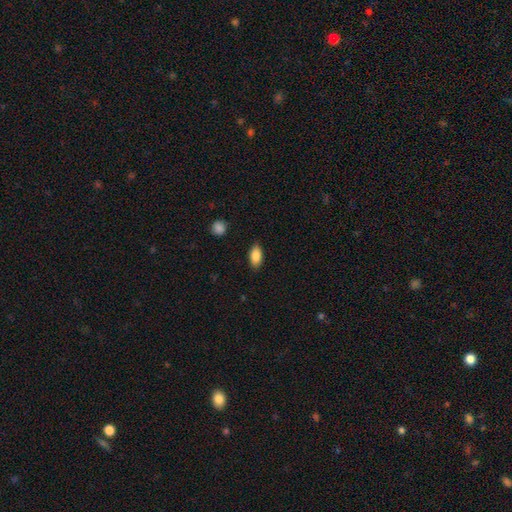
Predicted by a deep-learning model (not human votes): smooth-or-featured: smooth: 87% | star or artifact: 7% | featured or disk: 6%
  how-rounded: in between: 91% | cigar-shaped: 6% | round: 4%
  merging: none: 87% | minor disturbance: 10% | major disturbance: 2% | merger: 1%